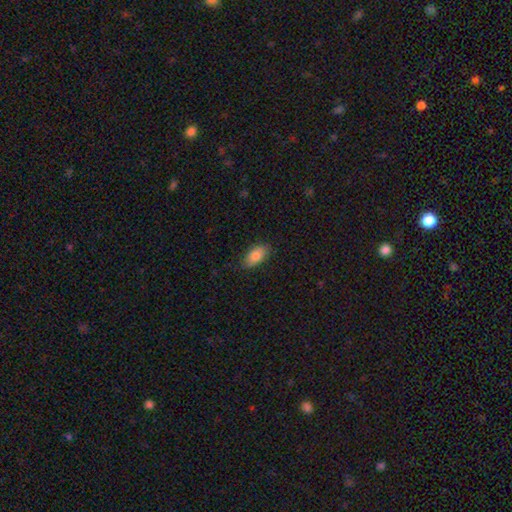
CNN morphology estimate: smooth 84%, featured or disk 10%, star or artifact 7%. Down the decision tree: how rounded — in between (93%); merging — none (83%).